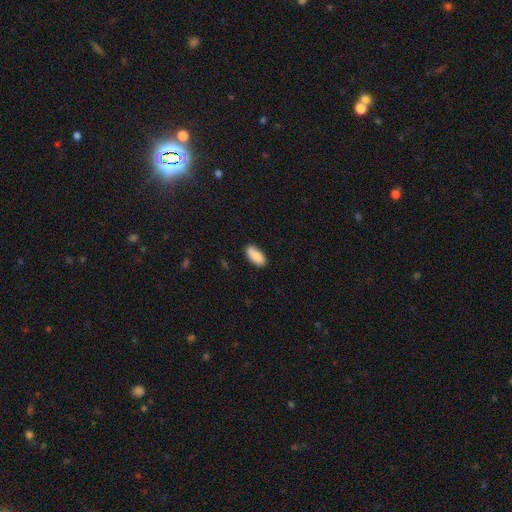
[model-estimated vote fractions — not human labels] A smooth galaxy with no disk features (87%) that is in between round and cigar-shaped (89%). Merging: none (80%).